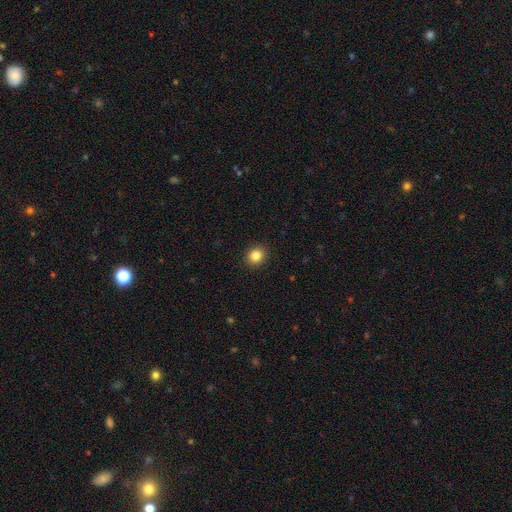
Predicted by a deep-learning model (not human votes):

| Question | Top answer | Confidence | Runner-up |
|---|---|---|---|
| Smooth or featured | smooth | 84% | star or artifact (11%) |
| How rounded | round | 79% | in between (20%) |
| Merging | none | 91% | minor disturbance (6%) |